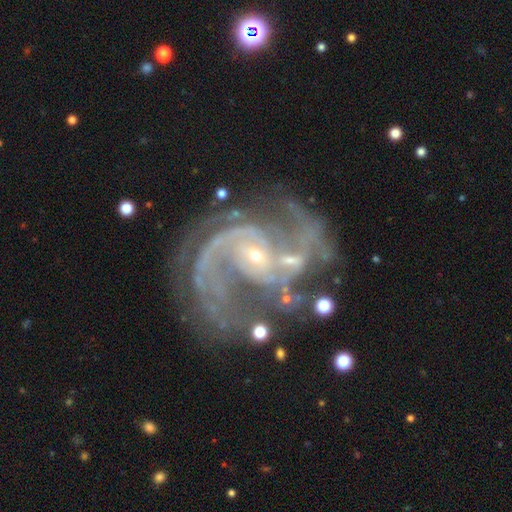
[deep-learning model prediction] Smooth or featured? featured or disk (91%)
Edge-on disk? no (98%)
Bar? no (55%)
Spiral arms? yes (98%)
Spiral winding? medium (56%)
Spiral arm count? 2 (65%)
Bulge size? small (84%)
Merging? none (52%)